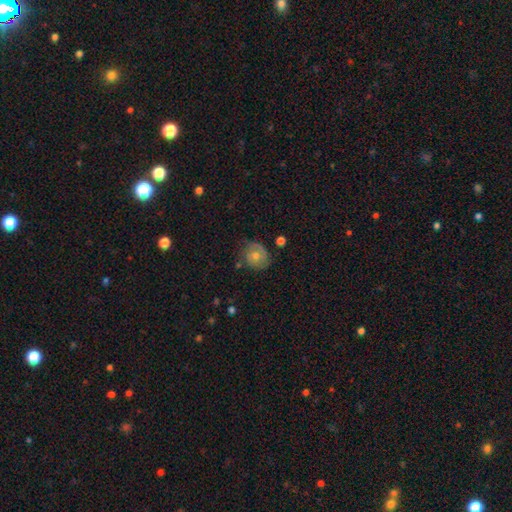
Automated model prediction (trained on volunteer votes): Smooth or featured? Predicted: featured or disk (p=0.59). Edge-on disk? Predicted: no (p=0.97). Bar? Predicted: no (p=0.80). Spiral arms? Predicted: yes (p=0.78). Bulge size? Predicted: moderate (p=0.63). Merging? Predicted: none (p=0.73).